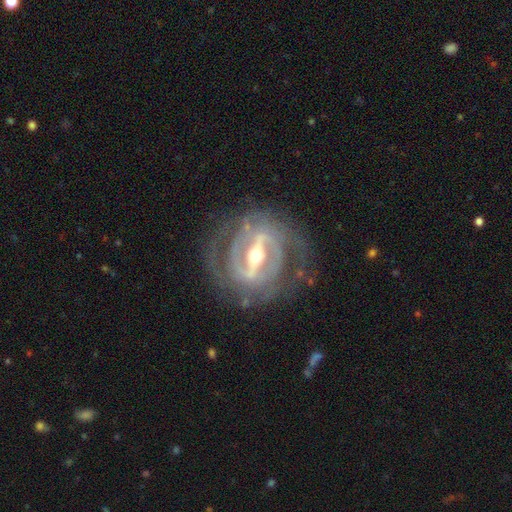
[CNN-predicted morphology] smooth_or_featured: featured or disk (p=0.90) [alt: smooth p=0.05]
disk_edge_on: no (p=0.92) [alt: yes p=0.08]
bar: strong (p=0.78) [alt: weak p=0.17]
has_spiral_arms: yes (p=0.87) [alt: no p=0.13]
spiral_winding: tight (p=0.60) [alt: medium p=0.31]
spiral_arm_count: 2 (p=0.52) [alt: can't tell p=0.22]
bulge_size: moderate (p=0.62) [alt: small p=0.32]
merging: none (p=0.75) [alt: minor disturbance p=0.14]